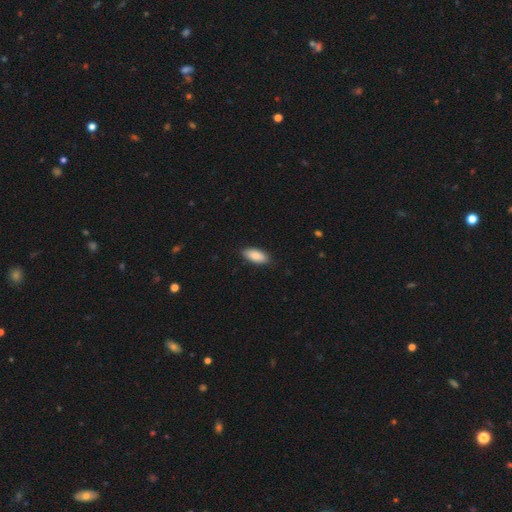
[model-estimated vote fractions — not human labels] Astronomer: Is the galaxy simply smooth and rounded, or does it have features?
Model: smooth — 87%.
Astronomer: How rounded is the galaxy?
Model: in between — 89%.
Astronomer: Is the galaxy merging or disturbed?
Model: none — 87%.